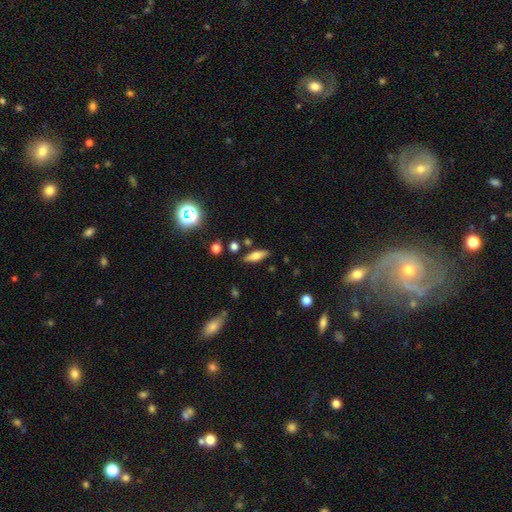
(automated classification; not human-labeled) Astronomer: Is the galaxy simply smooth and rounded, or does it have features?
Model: smooth — 61%.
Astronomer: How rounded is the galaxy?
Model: in between — 50% (runner-up: cigar-shaped, 47%).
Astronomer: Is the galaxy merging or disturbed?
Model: none — 83%.